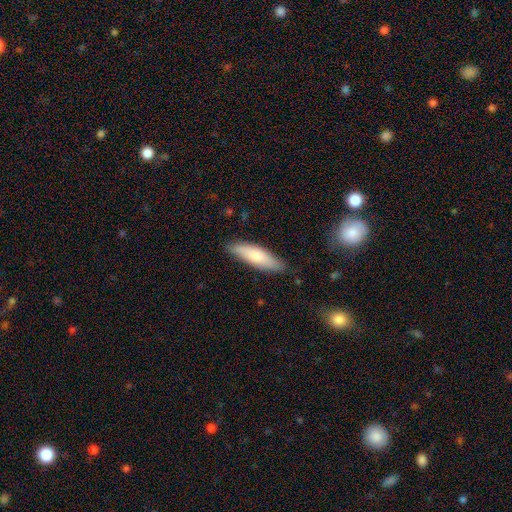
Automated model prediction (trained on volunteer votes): A smooth galaxy with no disk features (75%) that is cigar-shaped (60%).

Vote fractions:
- Smooth or featured? smooth: 75% / featured or disk: 19% / star or artifact: 6%
- How rounded? cigar-shaped: 60% / in between: 38% / round: 2%
- Merging? none: 83% / minor disturbance: 14% / major disturbance: 2% / merger: 1%